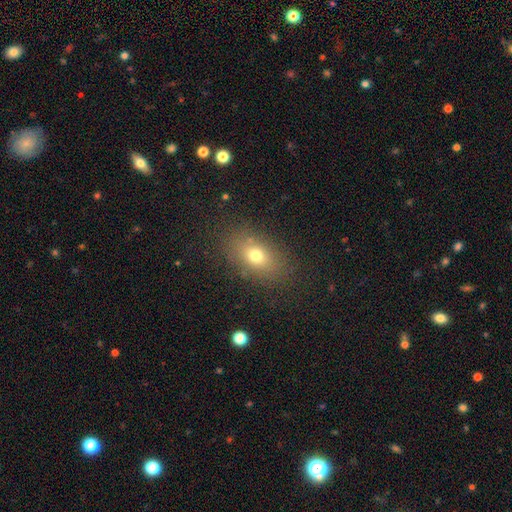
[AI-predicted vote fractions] smooth 71%, star or artifact 15%, featured or disk 14%. Down the decision tree: how rounded — in between (75%); merging — none (82%).